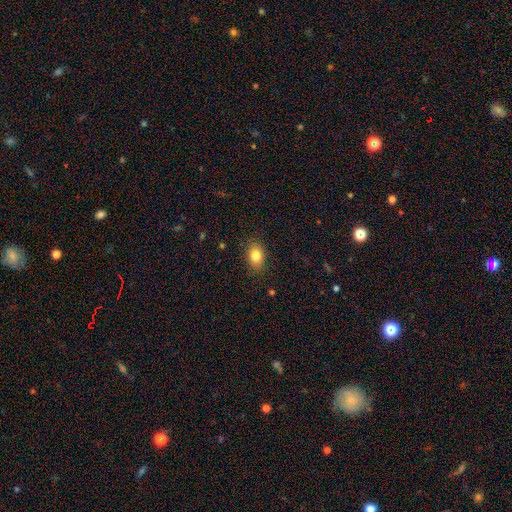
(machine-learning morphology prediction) Smooth or featured?
  - smooth: 83% *
  - star or artifact: 10%
  - featured or disk: 8%
How rounded?
  - in between: 76% *
  - round: 23%
  - cigar-shaped: 1%
Merging?
  - none: 86% *
  - minor disturbance: 10%
  - major disturbance: 3%
  - merger: 1%